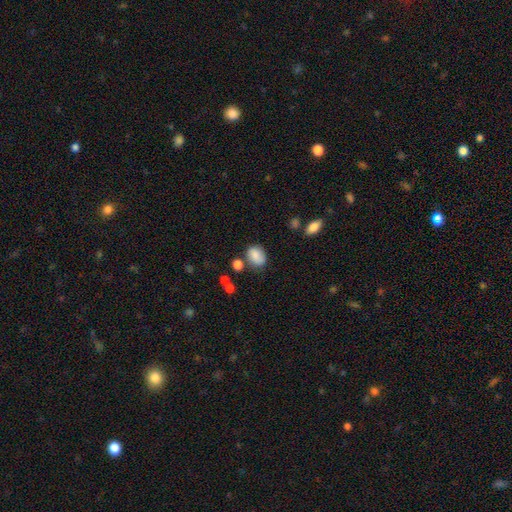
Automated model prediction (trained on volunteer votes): A smooth galaxy with no disk features (83%) that is in between round and cigar-shaped (65%).

Vote fractions:
- Smooth or featured? smooth: 83% / star or artifact: 9% / featured or disk: 8%
- How rounded? in between: 65% / round: 34% / cigar-shaped: 1%
- Merging? none: 68% / minor disturbance: 20% / merger: 7% / major disturbance: 5%